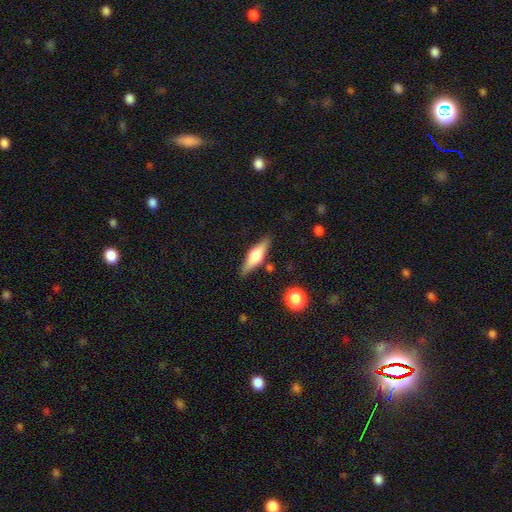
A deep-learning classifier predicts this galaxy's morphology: A smooth galaxy with no disk features (49%).

Vote fractions:
- Smooth or featured? smooth: 49% / featured or disk: 44% / star or artifact: 6%
- Merging? none: 84% / minor disturbance: 11% / merger: 3% / major disturbance: 2%